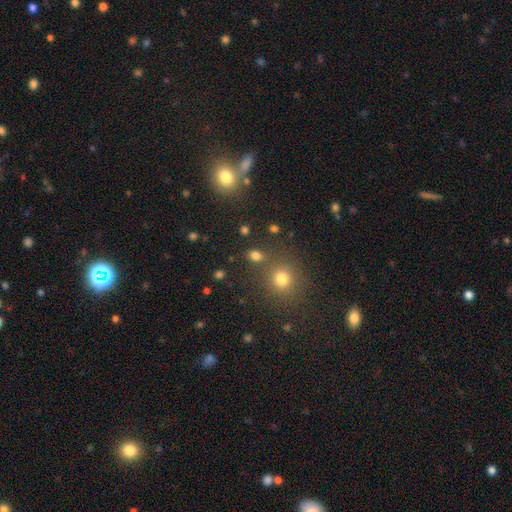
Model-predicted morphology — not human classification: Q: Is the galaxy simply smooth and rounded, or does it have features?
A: smooth — 76%.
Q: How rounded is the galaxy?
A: round — 51%.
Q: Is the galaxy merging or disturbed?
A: none — 74%.